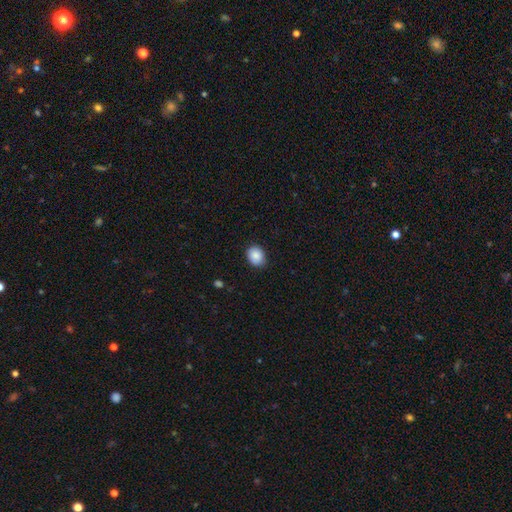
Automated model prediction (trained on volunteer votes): This appears to be a smooth galaxy with no disk features (87%) that is round (50%). Merging: none (86%).